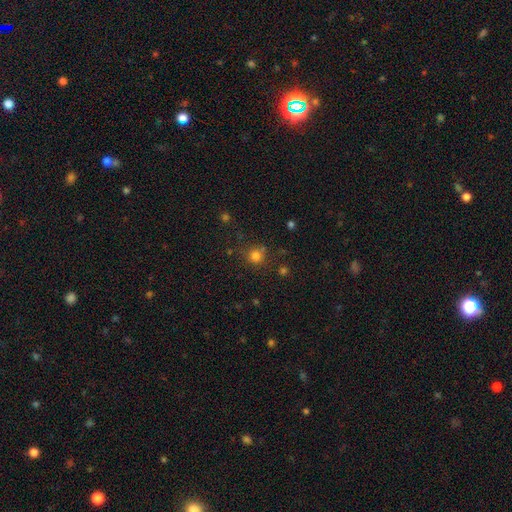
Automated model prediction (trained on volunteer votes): smooth 78%, star or artifact 16%, featured or disk 6%. Down the decision tree: how rounded — round (90%); merging — none (73%).